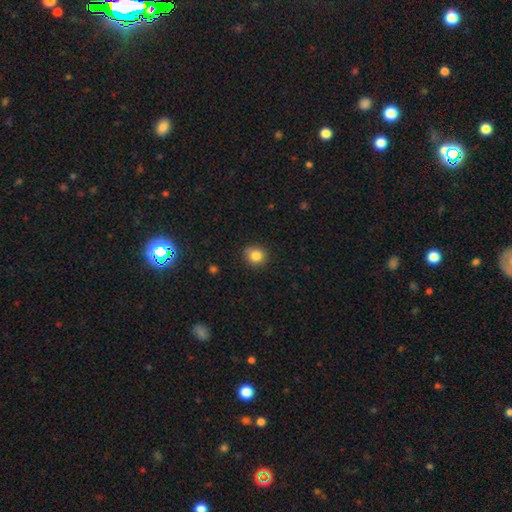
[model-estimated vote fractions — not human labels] Morphology: type=smooth (84%); roundness=round (86%); merging=none (81%).